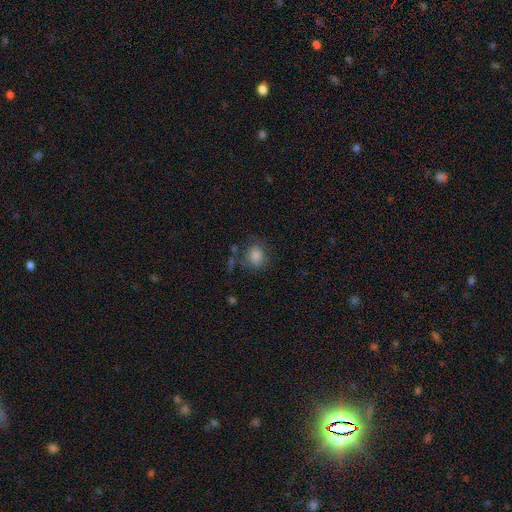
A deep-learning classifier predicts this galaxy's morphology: Overall: smooth (83%). How rounded: round (66%; in between 33%). Merging: none (67%).